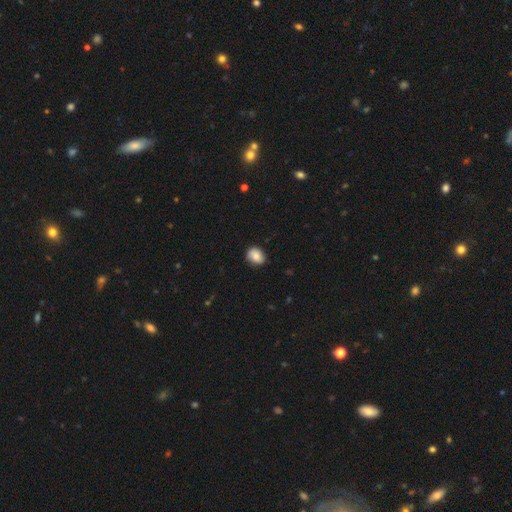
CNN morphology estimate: Smooth or featured?
  - smooth: 82% *
  - featured or disk: 10%
  - star or artifact: 8%
How rounded?
  - in between: 50% *
  - round: 49%
  - cigar-shaped: 1%
Merging?
  - none: 84% *
  - minor disturbance: 13%
  - major disturbance: 2%
  - merger: 1%